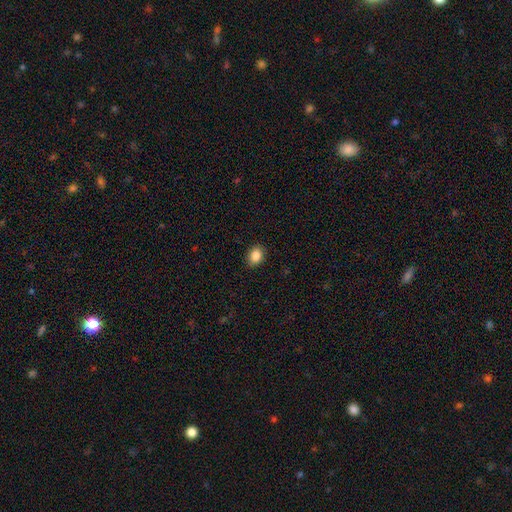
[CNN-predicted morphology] smooth-or-featured: smooth: 87% | star or artifact: 9% | featured or disk: 5%
  how-rounded: in between: 65% | round: 34% | cigar-shaped: 1%
  merging: none: 89% | minor disturbance: 8% | major disturbance: 2% | merger: 1%